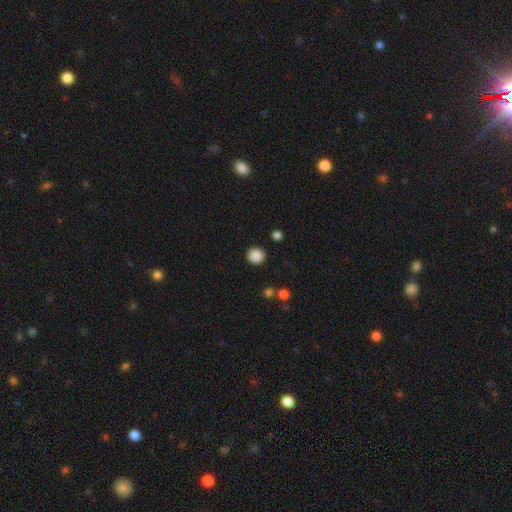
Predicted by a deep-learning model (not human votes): This is clearly a smooth galaxy (88%). How rounded: clearly round (92%). Merging: clearly none (90%).